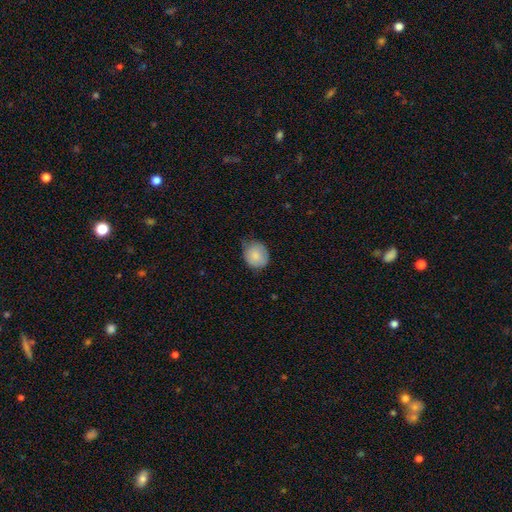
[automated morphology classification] Overall: smooth (83%). How rounded: round (68%; in between 31%). Merging: none (57%; minor disturbance 36%).